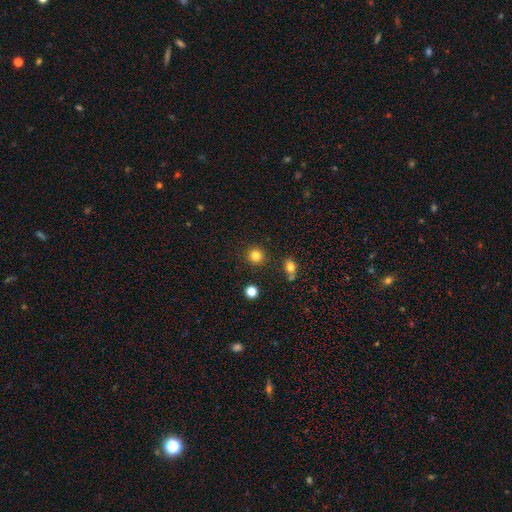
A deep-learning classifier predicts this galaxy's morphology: type=smooth (83%); roundness=round (93%); merging=none (90%).